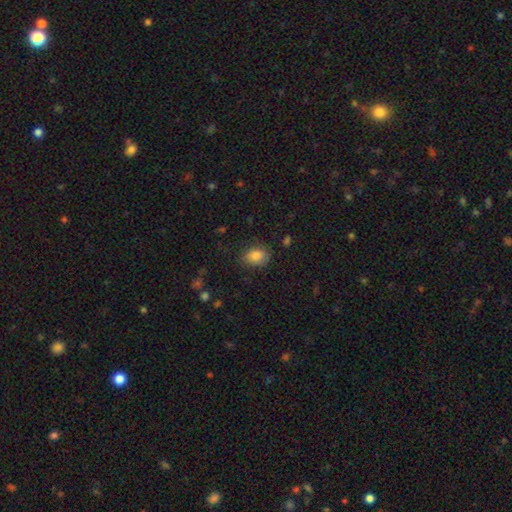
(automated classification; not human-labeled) The model was most divided on "how rounded": in between: 72%, round: 27%, cigar-shaped: 1%. More confident: smooth or featured — smooth (84%); merging — none (75%).